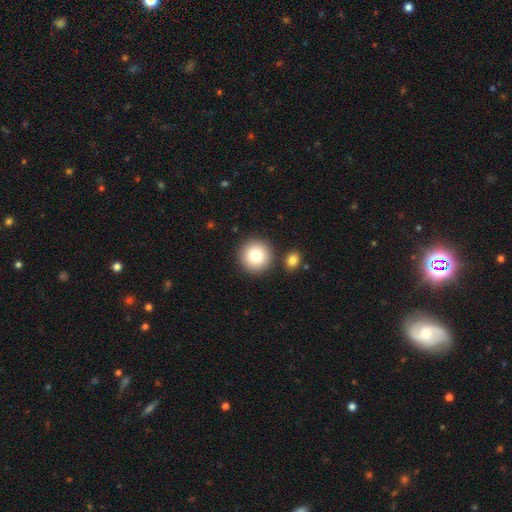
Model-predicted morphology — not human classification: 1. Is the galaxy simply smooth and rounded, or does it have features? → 82% smooth, 9% featured or disk, 9% star or artifact.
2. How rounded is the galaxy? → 94% round, 5% in between, 1% cigar-shaped.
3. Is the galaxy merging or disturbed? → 84% none, 7% merger, 6% minor disturbance, 2% major disturbance.